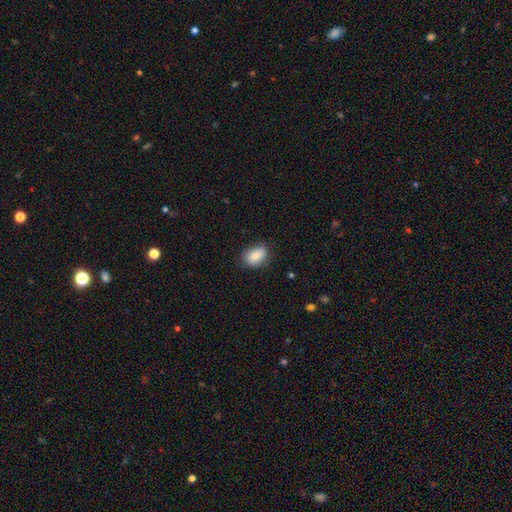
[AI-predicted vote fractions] This appears to be a smooth galaxy with no disk features (79%) that is in between round and cigar-shaped (81%). Merging: none (78%).